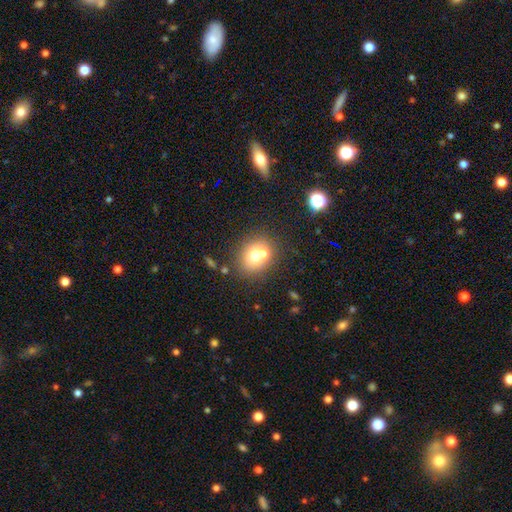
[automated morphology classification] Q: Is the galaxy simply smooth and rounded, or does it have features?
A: smooth — 68%.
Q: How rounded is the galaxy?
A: round — 69%.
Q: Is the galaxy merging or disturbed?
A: none — 50%.